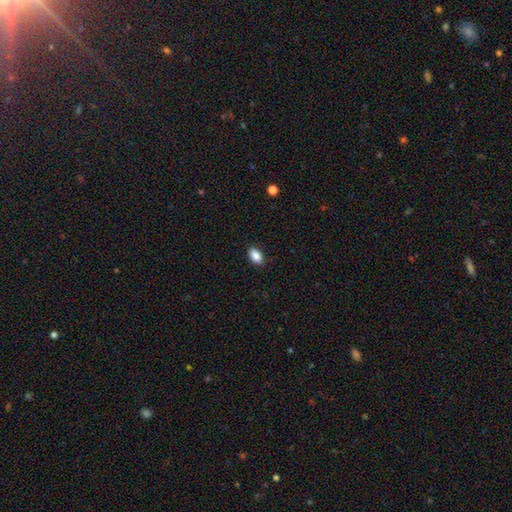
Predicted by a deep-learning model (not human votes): Smooth or featured? smooth (88%)
How rounded? in between (91%)
Merging? none (87%)